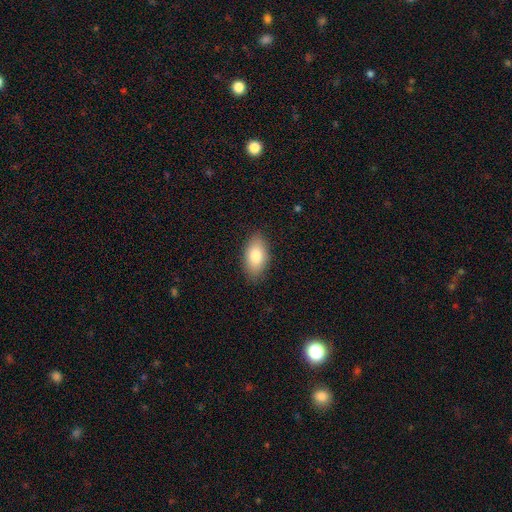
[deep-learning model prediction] Smooth or featured?
  - smooth: 81% *
  - featured or disk: 12%
  - star or artifact: 7%
How rounded?
  - in between: 93% *
  - round: 4%
  - cigar-shaped: 3%
Merging?
  - none: 86% *
  - minor disturbance: 11%
  - major disturbance: 2%
  - merger: 1%